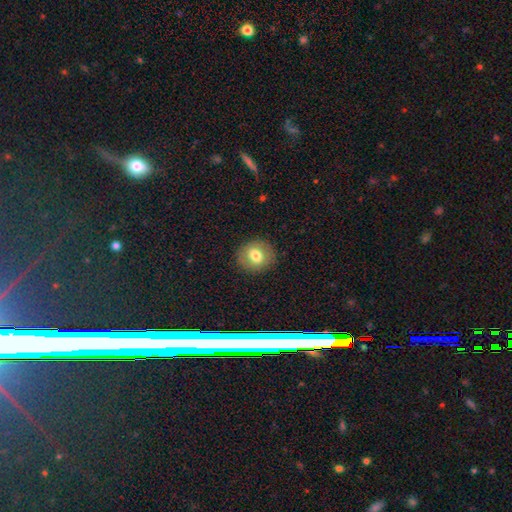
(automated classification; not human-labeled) Smooth or featured? Predicted: smooth (p=0.72). How rounded? Predicted: round (p=0.81). Merging? Predicted: none (p=0.87).